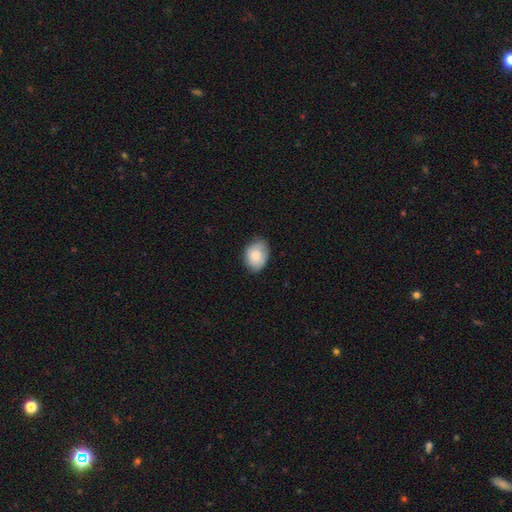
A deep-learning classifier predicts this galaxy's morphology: smooth-or-featured: smooth: 80% | featured or disk: 14% | star or artifact: 7%
  how-rounded: in between: 67% | round: 32% | cigar-shaped: 1%
  merging: none: 75% | minor disturbance: 21% | major disturbance: 3% | merger: 1%